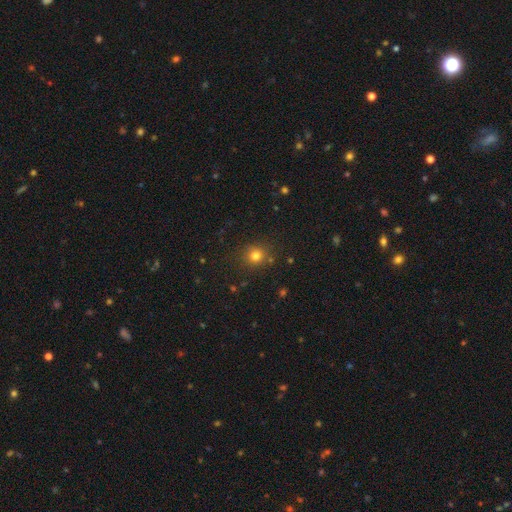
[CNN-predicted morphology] A smooth galaxy with no disk features (78%) that is round (88%). Merging: none (85%).